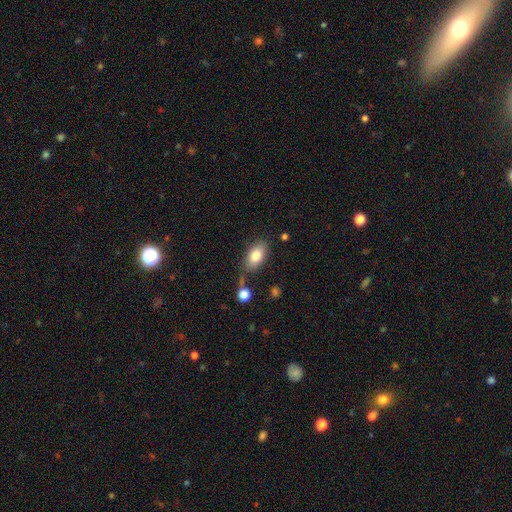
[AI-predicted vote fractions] Smooth or featured: smooth — 81% (featured or disk — 12%)
How rounded: in between — 91% (round — 6%)
Merging: none — 69% (minor disturbance — 17%)